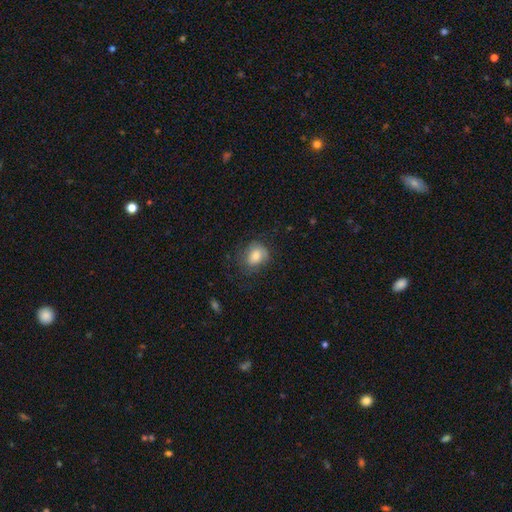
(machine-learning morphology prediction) Q: Smooth or featured?
A: smooth (72%); runner-up: featured or disk (19%)
Q: How rounded?
A: round (53%); runner-up: in between (46%)
Q: Merging?
A: none (64%); runner-up: minor disturbance (23%)